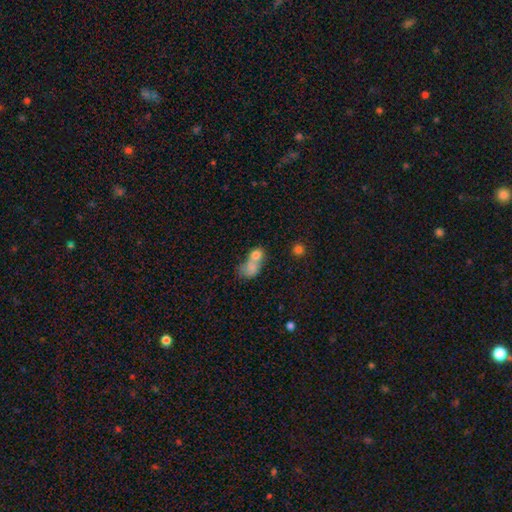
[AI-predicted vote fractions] Smooth or featured: smooth — 72% (featured or disk — 17%)
How rounded: in between — 53% (round — 44%)
Merging: merger — 68% (none — 18%)